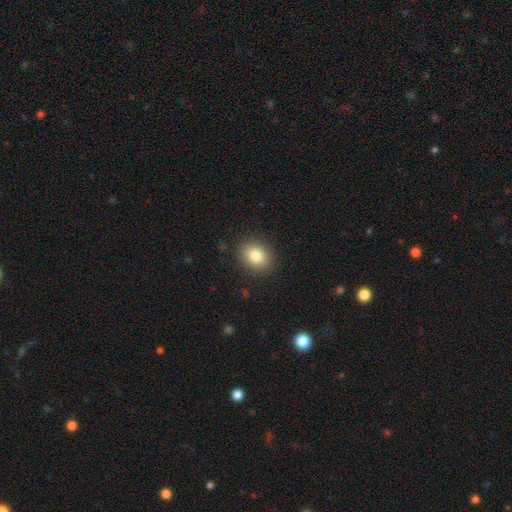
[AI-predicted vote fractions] Morphology: type=smooth (83%); roundness=round (52%); merging=none (89%).